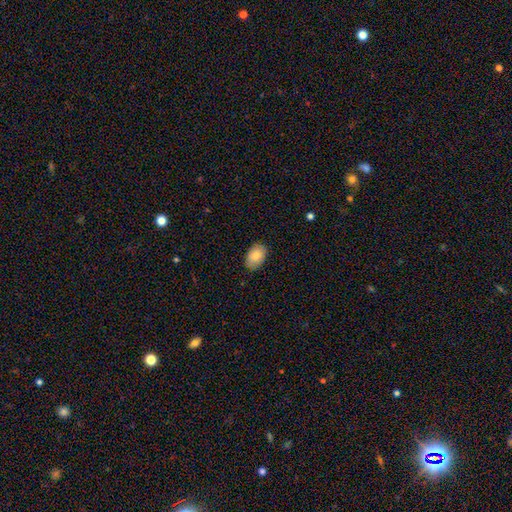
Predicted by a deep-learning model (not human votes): smooth-or-featured: smooth: 86% | featured or disk: 7% | star or artifact: 7%
  how-rounded: in between: 88% | round: 10% | cigar-shaped: 1%
  merging: none: 86% | minor disturbance: 11% | major disturbance: 2% | merger: 1%